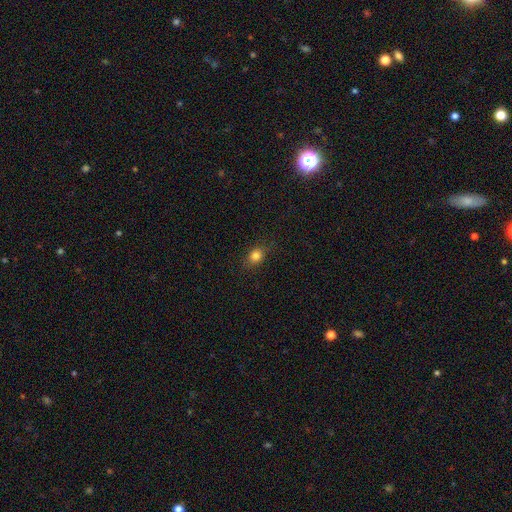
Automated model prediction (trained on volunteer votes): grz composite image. It shows a smooth galaxy with no disk features (81%) that is in between round and cigar-shaped (49%, tied with round). Merging: none (84%).